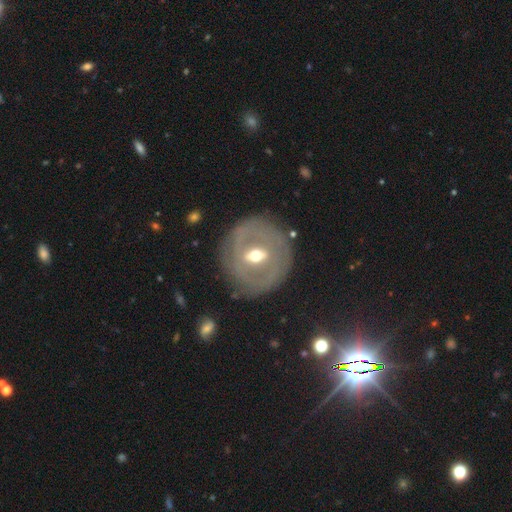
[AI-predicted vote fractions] The model was most divided on "bar": weak: 44%, strong: 37%, no: 19%. More confident: edge-on disk — no (90%); merging — none (81%); smooth or featured — featured or disk (70%); spiral arms — no (65%); bulge size — moderate (65%).